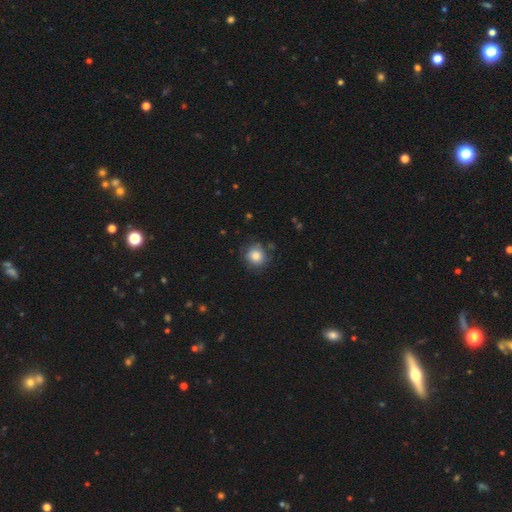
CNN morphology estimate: The model was most divided on "merging": none: 78%, minor disturbance: 16%, major disturbance: 4%, merger: 2%. More confident: how rounded — round (88%); smooth or featured — smooth (83%).